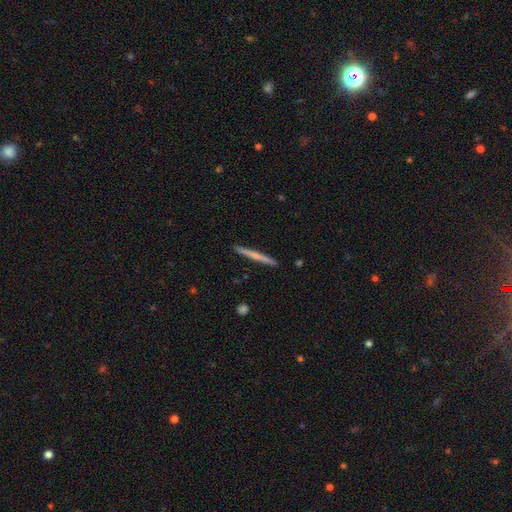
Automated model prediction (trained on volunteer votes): A featured or disk galaxy (47%, tied with smooth). Merging: none (92%).